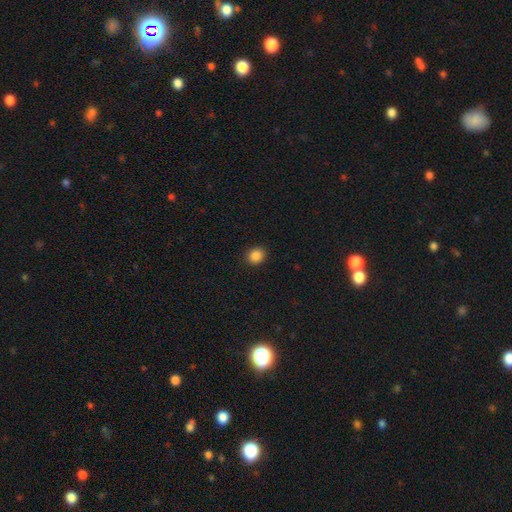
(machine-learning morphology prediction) Smooth or featured? smooth (87%)
How rounded? round (76%)
Merging? none (90%)